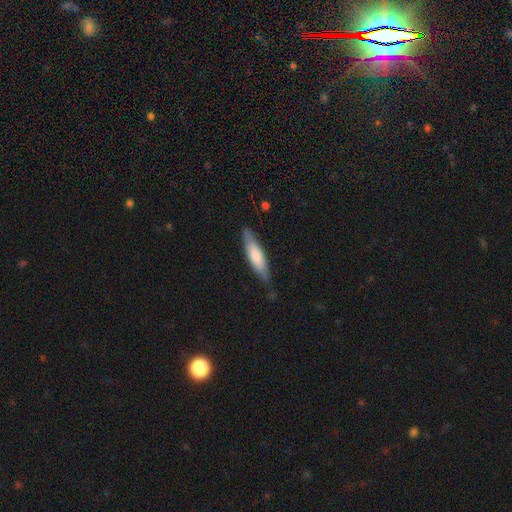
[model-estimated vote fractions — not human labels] Smooth or featured: smooth — 68% (featured or disk — 28%)
How rounded: cigar-shaped — 72% (in between — 26%)
Merging: none — 80% (minor disturbance — 16%)